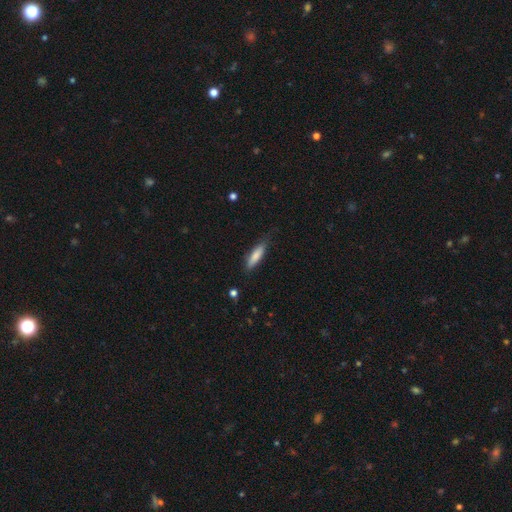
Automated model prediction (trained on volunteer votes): Overall: smooth (80%). How rounded: cigar-shaped (64%; in between 35%). Merging: none (73%).